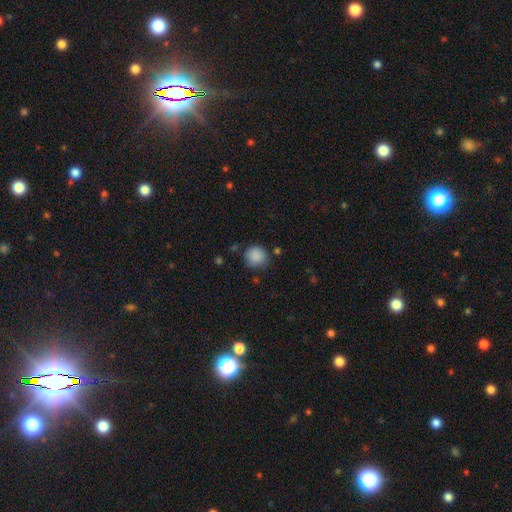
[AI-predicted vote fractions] The model was most divided on "merging": none: 75%, minor disturbance: 17%, major disturbance: 4%, merger: 3%. More confident: how rounded — round (89%); smooth or featured — smooth (88%).